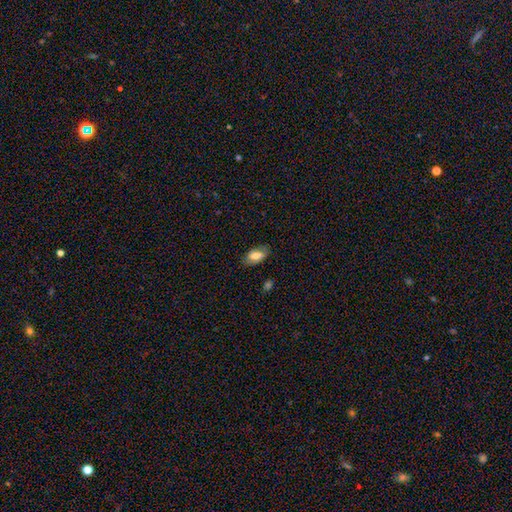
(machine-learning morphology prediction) Overall: smooth (67%). How rounded: in between (92%). Merging: none (81%).